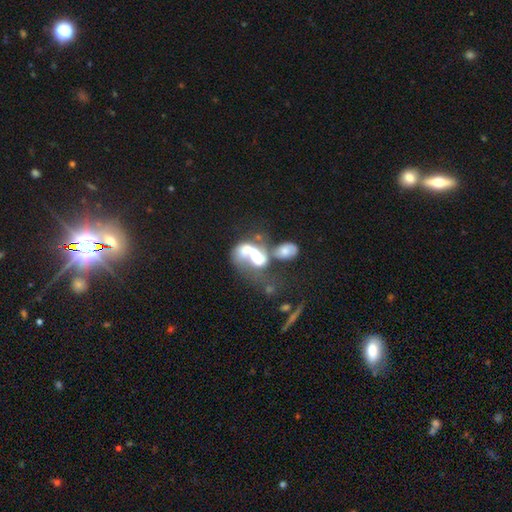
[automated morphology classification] This appears to be a featured or disk galaxy (58%) with no bar (67%), spiral arms (54%) and a moderate central bulge (36%). Merging: merger (65%).